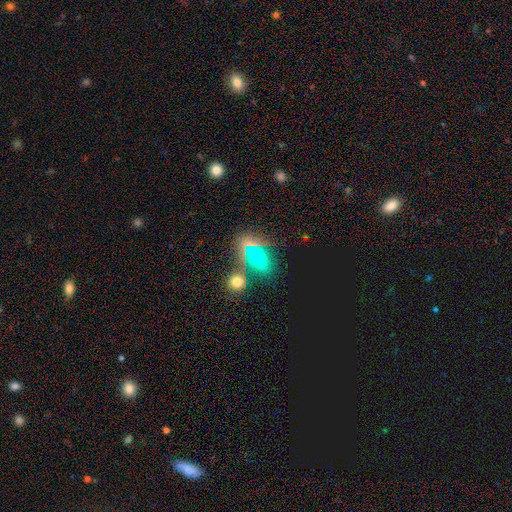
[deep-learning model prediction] Smooth or featured? smooth (50%)
How rounded? in between (66%)
Merging? none (60%)